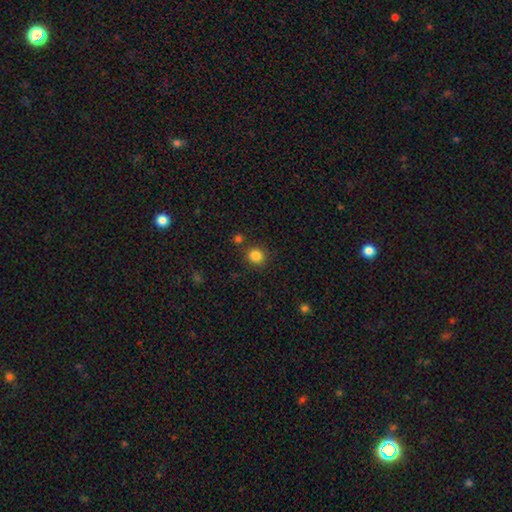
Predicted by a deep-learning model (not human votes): Smooth or featured: smooth — 84% (star or artifact — 12%)
How rounded: round — 89% (in between — 10%)
Merging: none — 84% (minor disturbance — 8%)